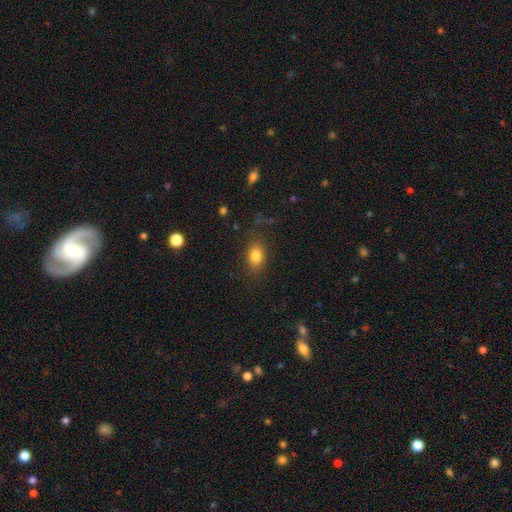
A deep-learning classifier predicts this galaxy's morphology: The model was most divided on "how rounded": in between: 77%, round: 21%, cigar-shaped: 2%. More confident: smooth or featured — smooth (82%); merging — none (82%).